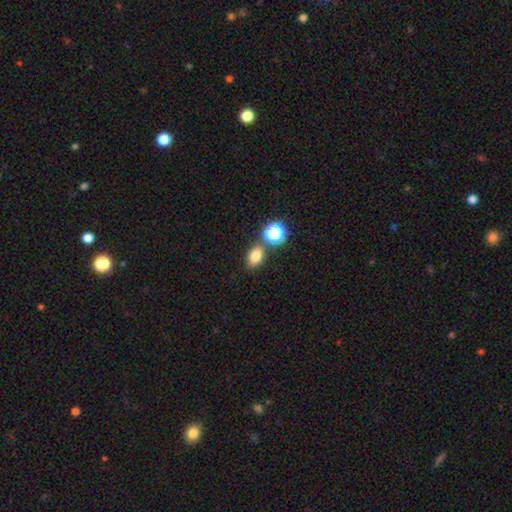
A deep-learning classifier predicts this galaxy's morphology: smooth-or-featured: smooth: 79% | star or artifact: 14% | featured or disk: 7%
  how-rounded: in between: 71% | round: 28% | cigar-shaped: 1%
  merging: none: 72% | merger: 13% | minor disturbance: 11% | major disturbance: 3%